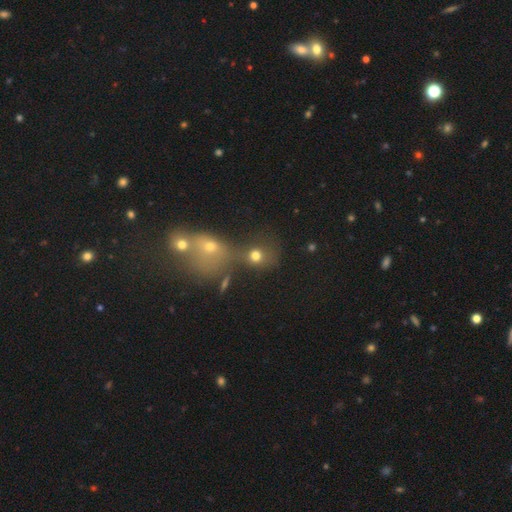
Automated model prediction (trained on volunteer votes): A smooth galaxy with no disk features (70%) that is round (75%).

Vote fractions:
- Smooth or featured? smooth: 70% / star or artifact: 17% / featured or disk: 12%
- How rounded? round: 75% / in between: 24% / cigar-shaped: 2%
- Merging? merger: 47% / none: 36% / minor disturbance: 9% / major disturbance: 8%